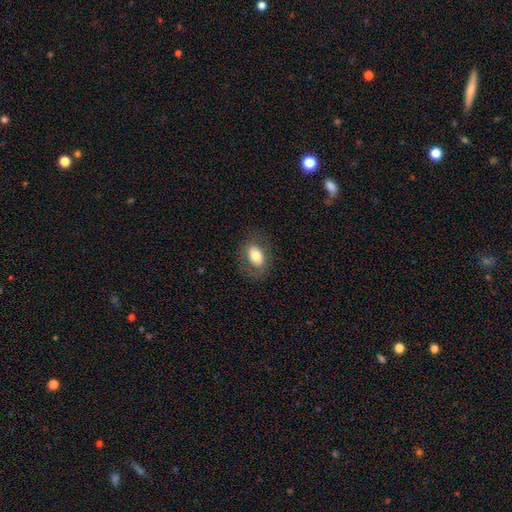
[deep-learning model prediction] Q: Smooth or featured?
A: smooth (71%); runner-up: featured or disk (21%)
Q: How rounded?
A: in between (78%); runner-up: round (20%)
Q: Merging?
A: none (79%); runner-up: minor disturbance (13%)